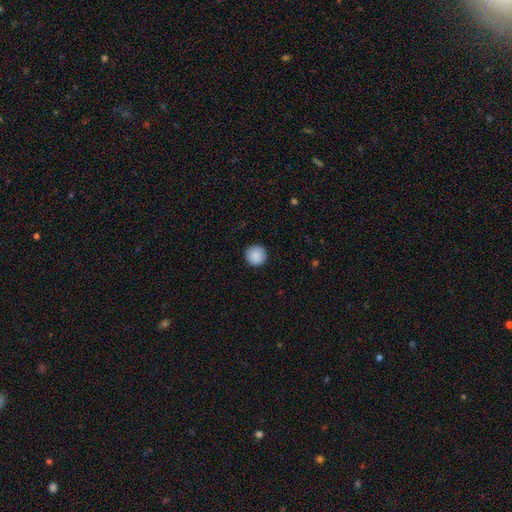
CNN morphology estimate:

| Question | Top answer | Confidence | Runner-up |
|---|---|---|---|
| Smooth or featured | smooth | 89% | star or artifact (8%) |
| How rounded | round | 96% | in between (3%) |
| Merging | none | 92% | minor disturbance (5%) |